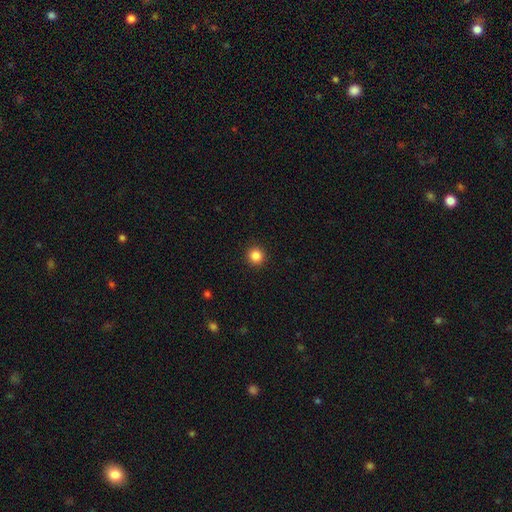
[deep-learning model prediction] Q: Smooth or featured?
A: smooth (86%); runner-up: star or artifact (11%)
Q: How rounded?
A: round (94%); runner-up: in between (5%)
Q: Merging?
A: none (92%); runner-up: minor disturbance (5%)